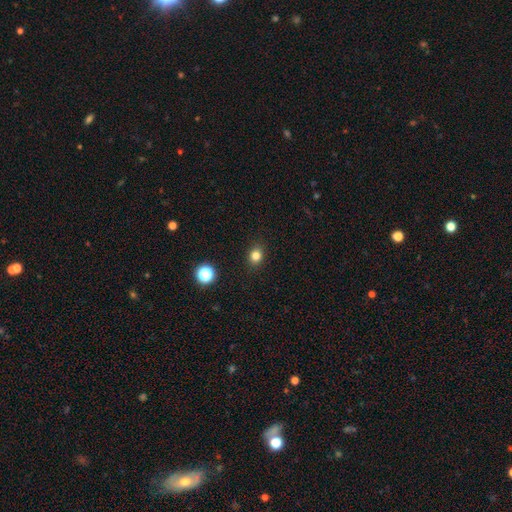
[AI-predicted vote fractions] smooth-or-featured: smooth: 81% | star or artifact: 14% | featured or disk: 5%
  how-rounded: round: 65% | in between: 34% | cigar-shaped: 1%
  merging: none: 90% | minor disturbance: 7% | major disturbance: 2% | merger: 1%